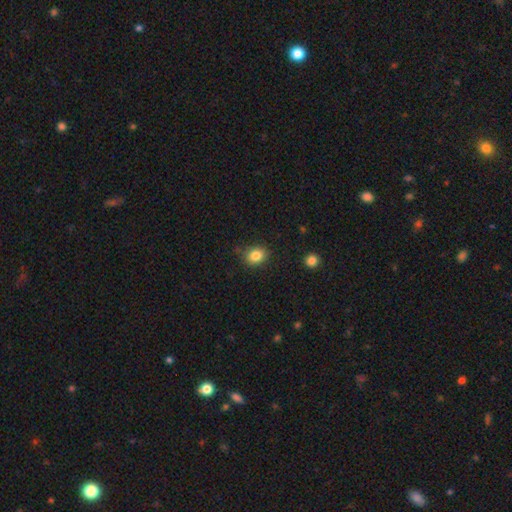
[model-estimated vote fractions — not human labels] smooth-or-featured: smooth: 84% | star or artifact: 10% | featured or disk: 6%
  how-rounded: round: 53% | in between: 47% | cigar-shaped: 1%
  merging: none: 83% | minor disturbance: 12% | major disturbance: 3% | merger: 2%